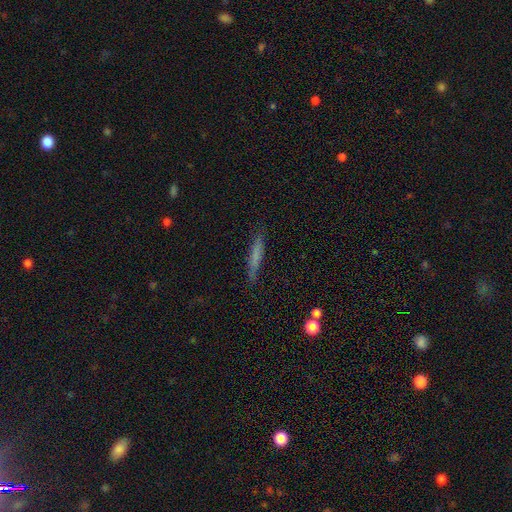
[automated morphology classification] type=smooth (64%); roundness=cigar-shaped (93%); merging=none (84%).